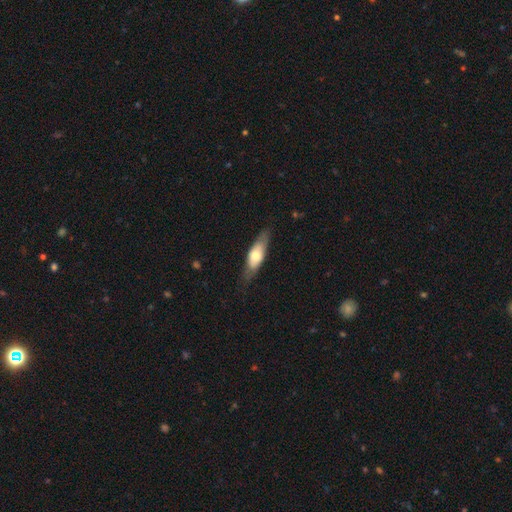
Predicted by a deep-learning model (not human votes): smooth-or-featured: smooth: 57% | featured or disk: 37% | star or artifact: 6%
  how-rounded: in between: 61% | cigar-shaped: 36% | round: 3%
  merging: none: 74% | minor disturbance: 20% | major disturbance: 5% | merger: 1%